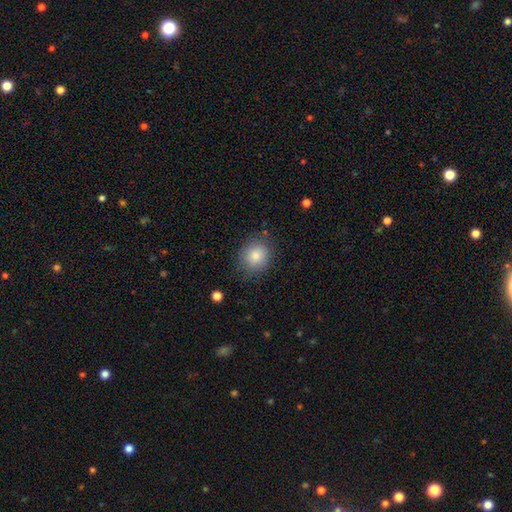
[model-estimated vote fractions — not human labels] Morphology: type=smooth (84%); roundness=round (71%); merging=none (80%).